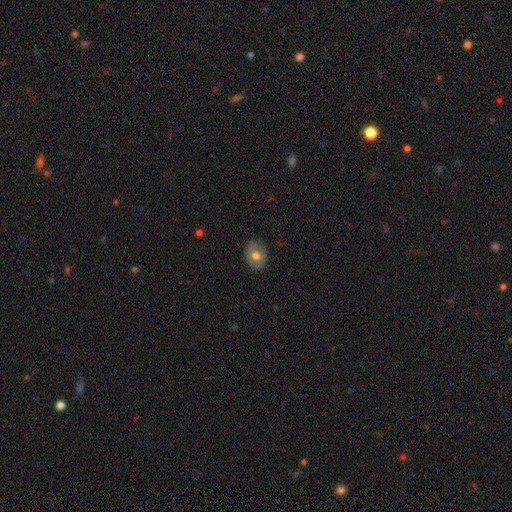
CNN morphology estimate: The model was most divided on "how rounded": in between: 53%, round: 46%, cigar-shaped: 1%. More confident: merging — none (78%); smooth or featured — smooth (51%).